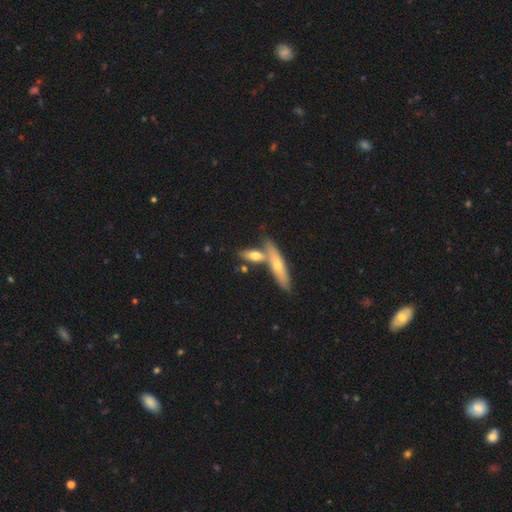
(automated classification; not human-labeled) smooth 56%, featured or disk 36%, star or artifact 8%. Down the decision tree: how rounded — cigar-shaped (54%); merging — none (50%).